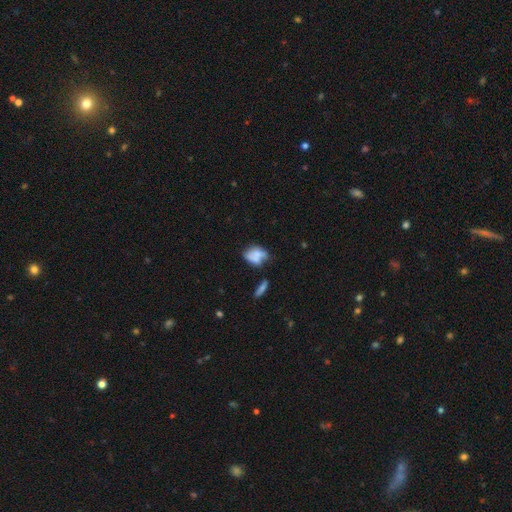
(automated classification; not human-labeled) Overall: smooth (65%; featured or disk 26%). How rounded: in between (75%). Merging: none (37%; merger 28%).